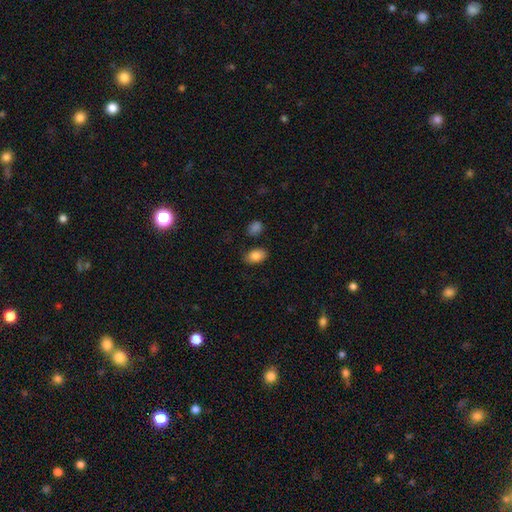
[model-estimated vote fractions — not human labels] Smooth or featured? smooth (85%)
How rounded? in between (88%)
Merging? none (82%)